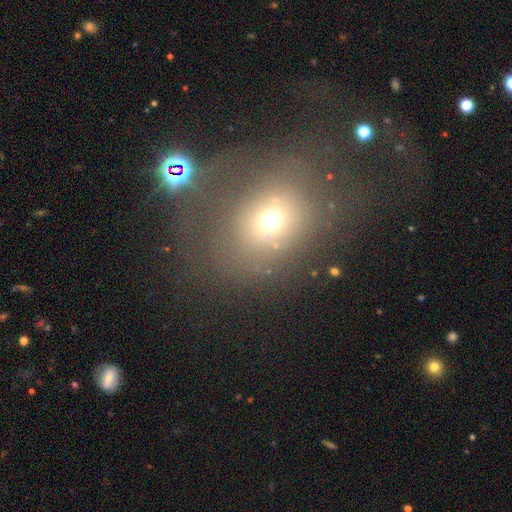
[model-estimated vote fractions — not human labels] This appears to be a smooth galaxy with no disk features (55%) that is round (55%). Merging: none (43%).